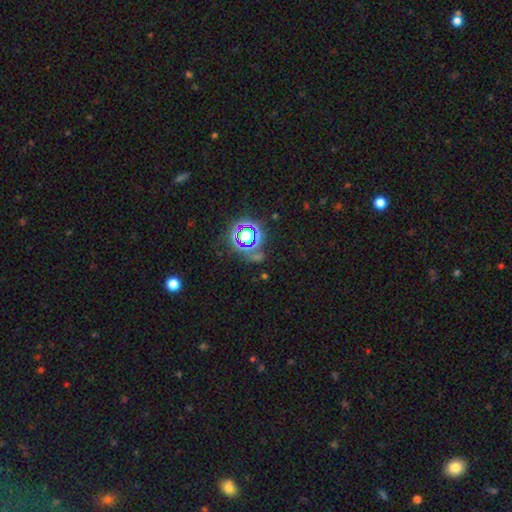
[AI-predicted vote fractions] star or artifact 74%, smooth 17%, featured or disk 9%.